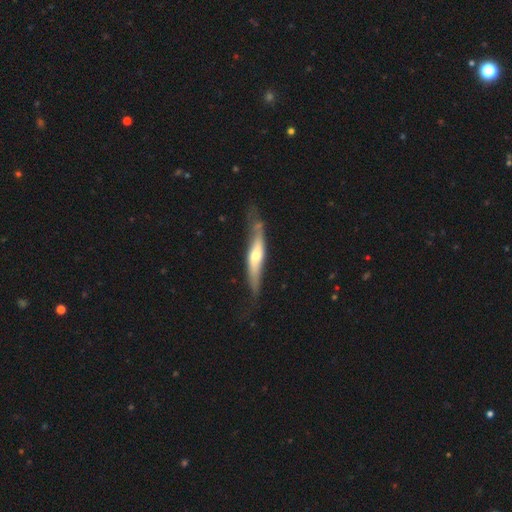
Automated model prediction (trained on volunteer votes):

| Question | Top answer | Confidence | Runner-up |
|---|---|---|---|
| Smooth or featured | featured or disk | 61% | smooth (34%) |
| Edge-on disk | yes | 76% | no (24%) |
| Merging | none | 59% | minor disturbance (26%) |